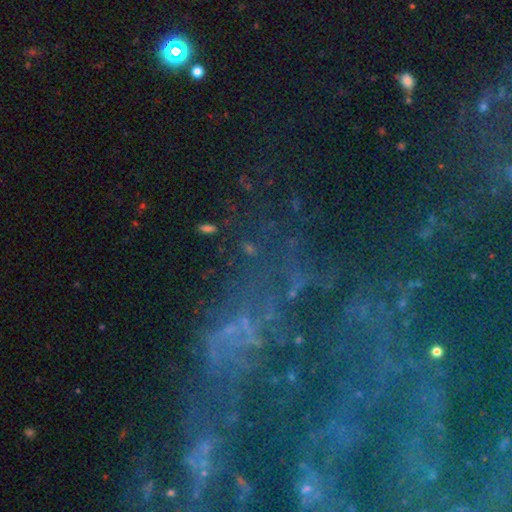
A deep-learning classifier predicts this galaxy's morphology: This appears to be a featured or disk galaxy (42%, tied with star or artifact). Merging: none (55%).